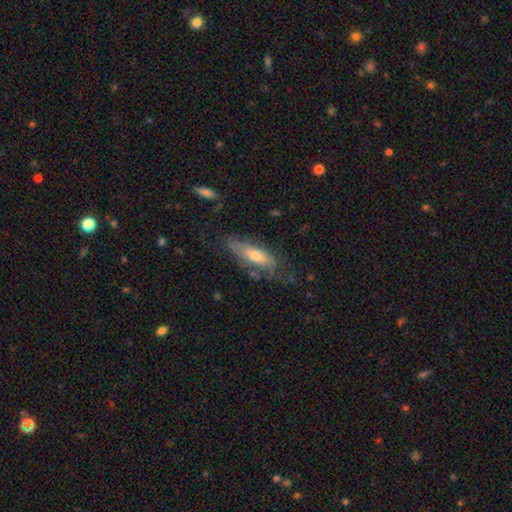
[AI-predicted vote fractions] Smooth or featured? Predicted: smooth (p=0.49). Merging? Predicted: none (p=0.58).